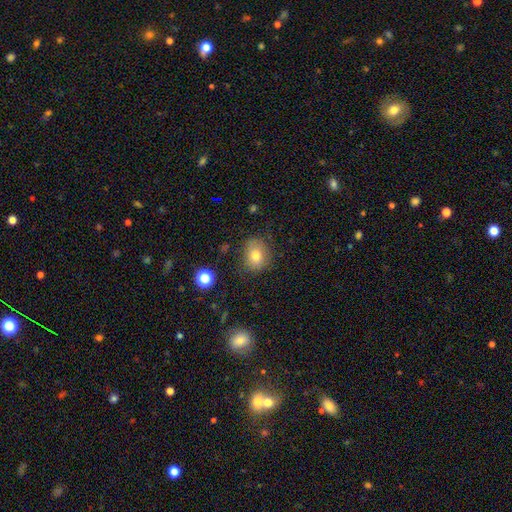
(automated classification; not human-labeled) smooth 74%, featured or disk 13%, star or artifact 12%. Down the decision tree: how rounded — round (61%); merging — none (78%).